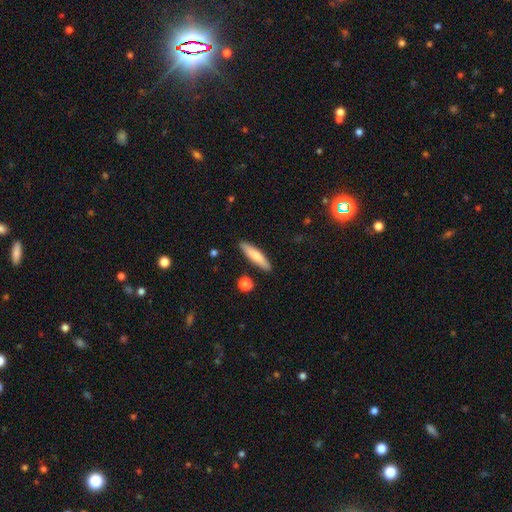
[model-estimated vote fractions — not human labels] This appears to be a smooth galaxy with no disk features (76%) that is cigar-shaped (81%). Merging: none (88%).